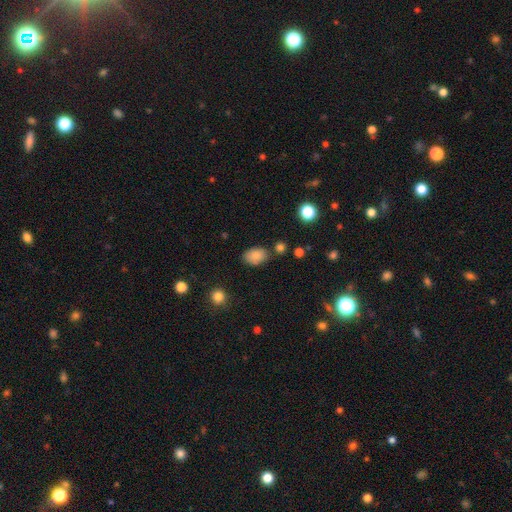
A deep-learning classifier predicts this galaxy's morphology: The model was most divided on "merging": none: 75%, minor disturbance: 16%, merger: 6%, major disturbance: 3%. More confident: how rounded — in between (85%); smooth or featured — smooth (84%).